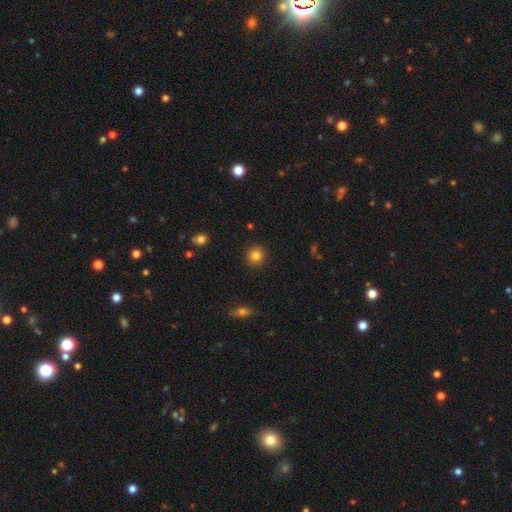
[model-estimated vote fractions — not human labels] Smooth or featured: smooth — 83% (star or artifact — 11%)
How rounded: round — 91% (in between — 8%)
Merging: none — 91% (minor disturbance — 6%)